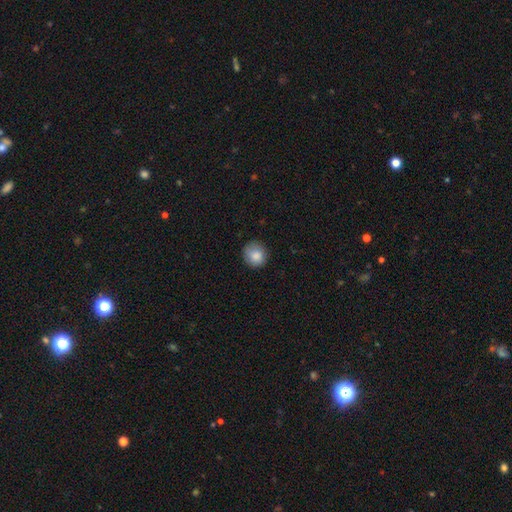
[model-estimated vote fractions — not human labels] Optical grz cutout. It shows a smooth galaxy with no disk features (86%) that is round (86%). Merging: none (81%).